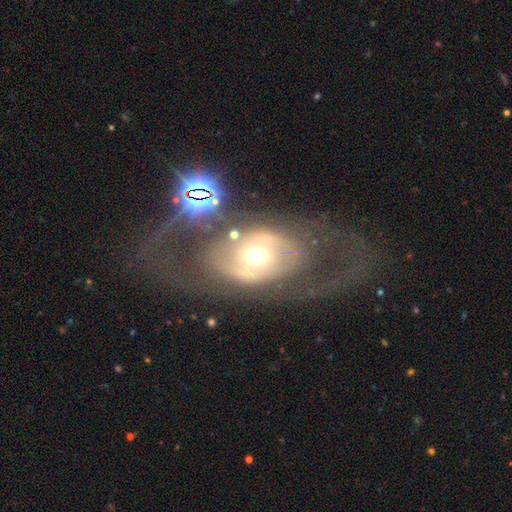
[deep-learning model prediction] smooth-or-featured: featured or disk: 72% | smooth: 17% | star or artifact: 10%
  disk-edge-on: no: 93% | yes: 7%
    bar: no: 58% | weak: 26% | strong: 15%
    has-spiral-arms: yes: 62% | no: 38%
    bulge-size: moderate: 68% | large: 16% | small: 12% | dominant: 3% | none: 1%
  merging: none: 51% | major disturbance: 27% | minor disturbance: 15% | merger: 6%